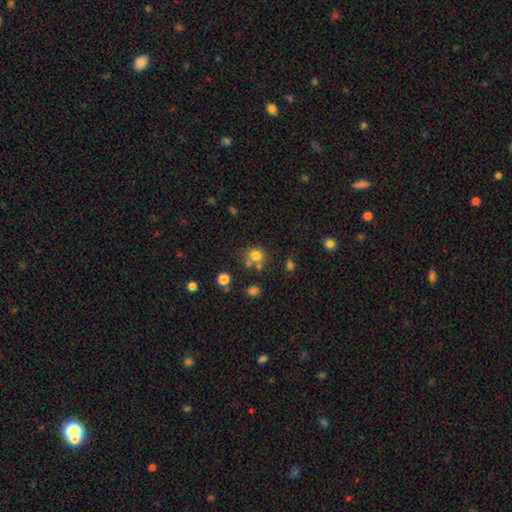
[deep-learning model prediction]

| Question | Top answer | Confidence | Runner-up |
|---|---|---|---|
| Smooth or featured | smooth | 77% | star or artifact (15%) |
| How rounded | round | 77% | in between (22%) |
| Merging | none | 60% | merger (22%) |